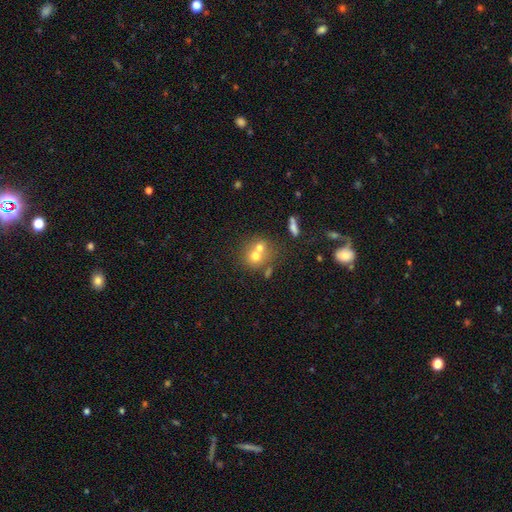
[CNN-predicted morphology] smooth_or_featured: smooth (p=0.64) [alt: featured or disk p=0.22]
how_rounded: round (p=0.80) [alt: in between p=0.19]
merging: merger (p=0.54) [alt: none p=0.36]